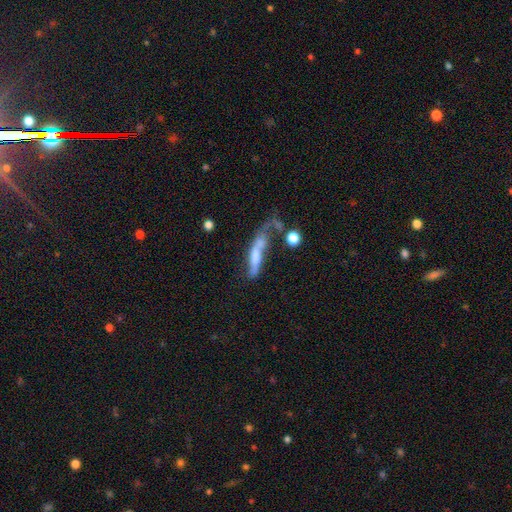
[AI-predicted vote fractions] featured or disk 55%, smooth 34%, star or artifact 11%. Down the decision tree: edge-on disk — yes (51%); merging — major disturbance (34%).